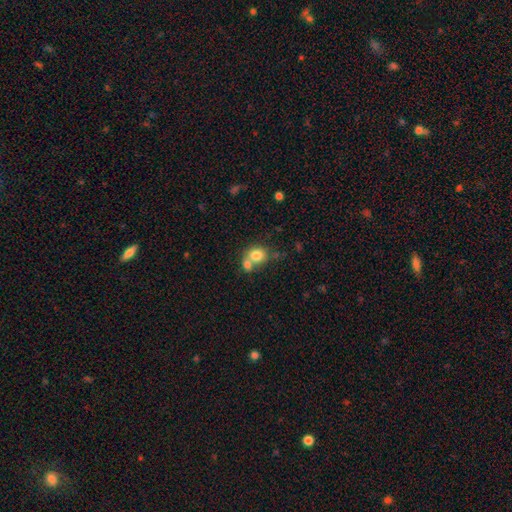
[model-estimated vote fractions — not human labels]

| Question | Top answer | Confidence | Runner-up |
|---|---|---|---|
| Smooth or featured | smooth | 79% | featured or disk (12%) |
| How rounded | round | 68% | in between (31%) |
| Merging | merger | 51% | none (37%) |